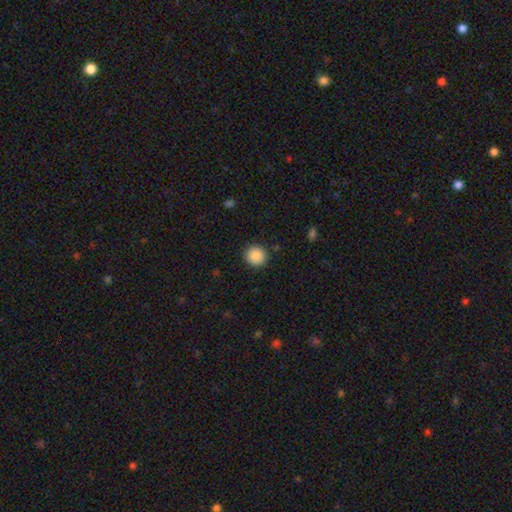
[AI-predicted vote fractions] Morphology: type=smooth (88%); roundness=round (93%); merging=none (91%).